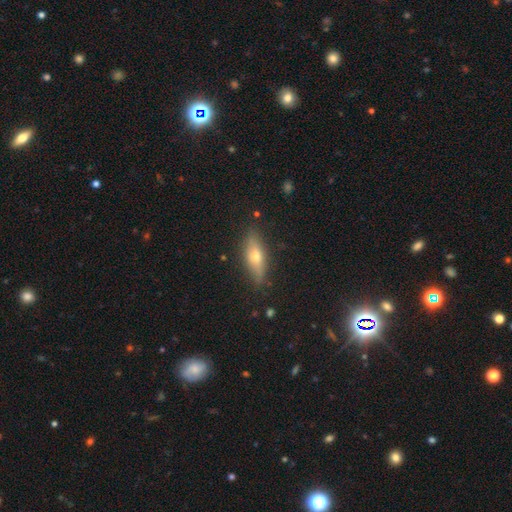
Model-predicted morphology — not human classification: Smooth or featured: smooth — 45% (featured or disk — 44%)
Merging: none — 85% (minor disturbance — 11%)